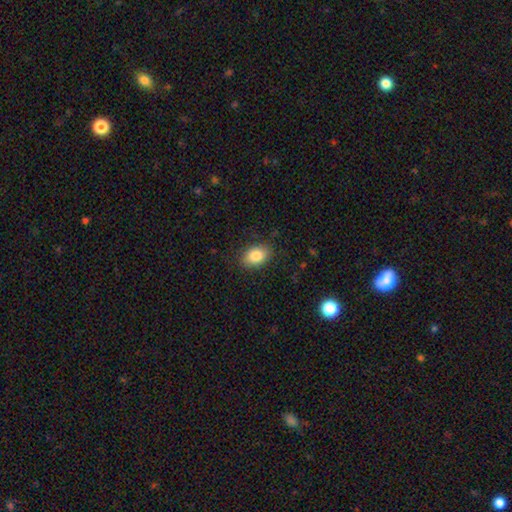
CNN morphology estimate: The model was most divided on "how rounded": in between: 84%, round: 14%, cigar-shaped: 1%. More confident: smooth or featured — smooth (85%); merging — none (84%).